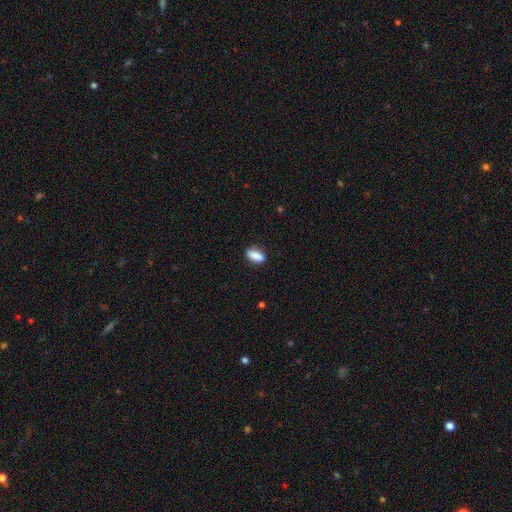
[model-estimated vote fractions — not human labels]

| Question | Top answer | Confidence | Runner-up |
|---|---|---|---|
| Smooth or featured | smooth | 88% | star or artifact (7%) |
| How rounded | in between | 81% | cigar-shaped (15%) |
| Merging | none | 85% | minor disturbance (11%) |